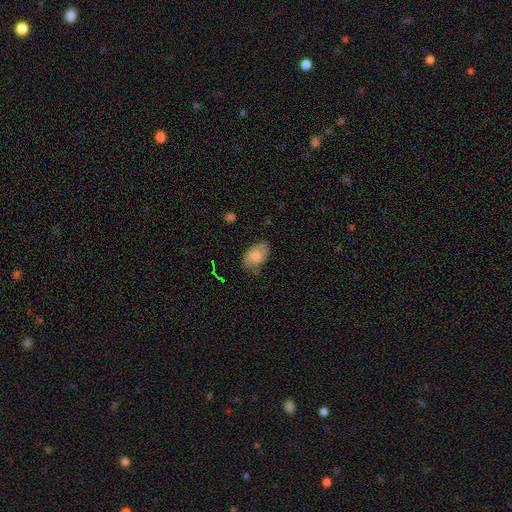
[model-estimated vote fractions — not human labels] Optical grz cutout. It shows a smooth galaxy with no disk features (73%) that is in between round and cigar-shaped (91%). Merging: none (61%).